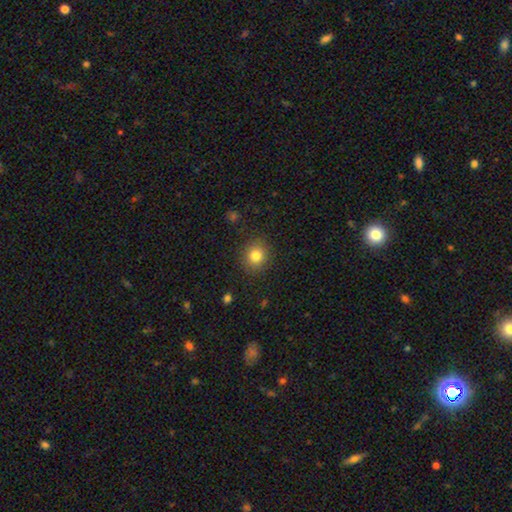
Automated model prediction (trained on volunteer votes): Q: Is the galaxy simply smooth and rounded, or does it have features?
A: smooth — 82%.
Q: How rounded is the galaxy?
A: round — 82%.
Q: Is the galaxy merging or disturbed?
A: none — 88%.